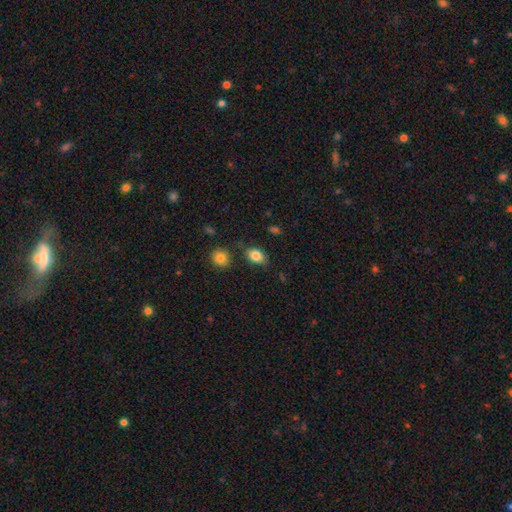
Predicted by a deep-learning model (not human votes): Smooth or featured: smooth — 85% (star or artifact — 8%)
How rounded: in between — 83% (round — 16%)
Merging: none — 79% (minor disturbance — 14%)